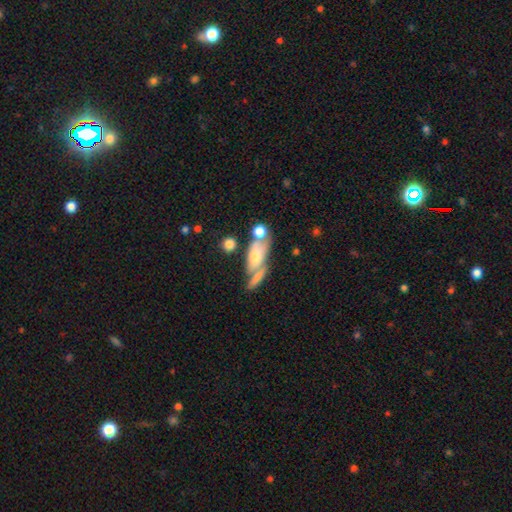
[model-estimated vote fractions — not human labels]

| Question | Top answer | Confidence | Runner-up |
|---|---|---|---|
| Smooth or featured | smooth | 55% | featured or disk (37%) |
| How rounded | in between | 71% | cigar-shaped (20%) |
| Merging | merger | 39% | none (36%) |